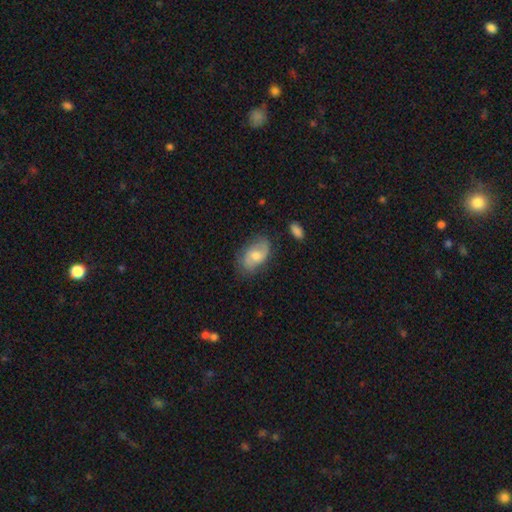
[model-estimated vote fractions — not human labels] This appears to be a featured or disk galaxy (47%). Merging: none (67%).